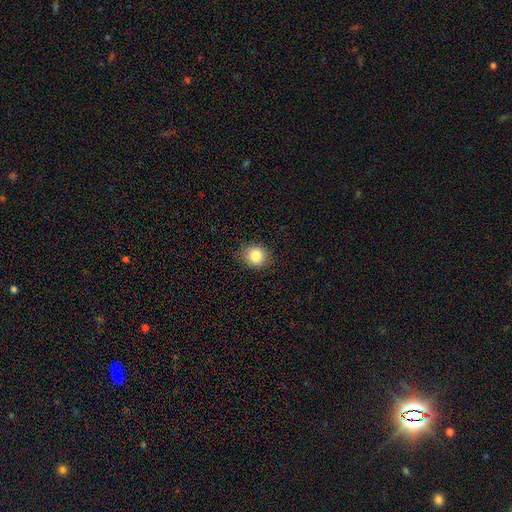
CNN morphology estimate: A smooth galaxy with no disk features (84%) that is round (73%). Merging: none (88%).